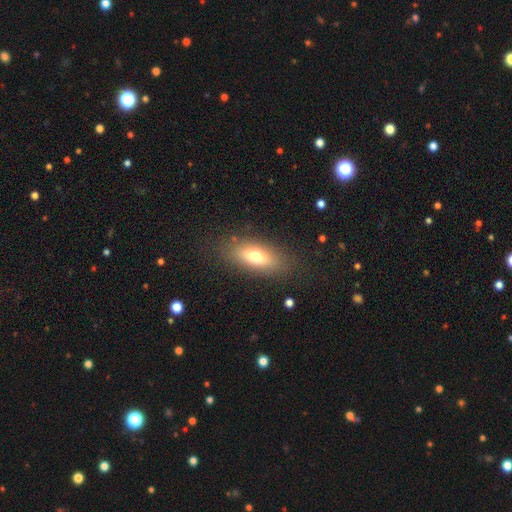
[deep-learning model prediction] A smooth galaxy with no disk features (69%) that is in between round and cigar-shaped (77%). Merging: none (83%).